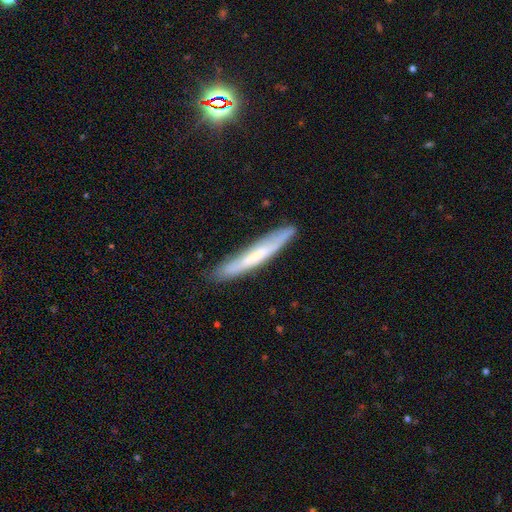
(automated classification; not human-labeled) smooth-or-featured: smooth: 52% | featured or disk: 42% | star or artifact: 6%
  how-rounded: cigar-shaped: 95% | in between: 4% | round: 1%
  merging: none: 82% | minor disturbance: 14% | major disturbance: 3% | merger: 2%